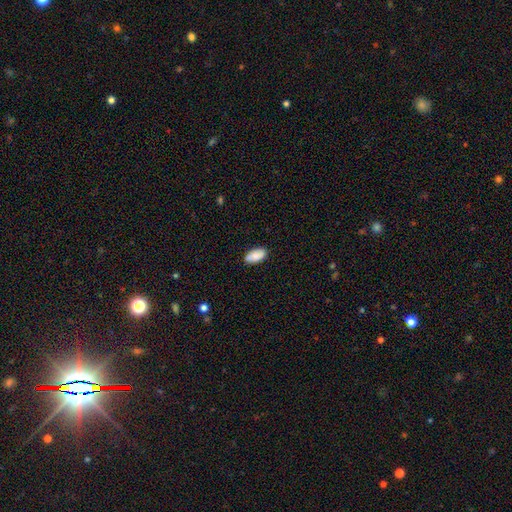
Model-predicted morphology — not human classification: Smooth or featured: smooth — 76% (featured or disk — 17%)
How rounded: in between — 94% (round — 4%)
Merging: none — 83% (minor disturbance — 13%)